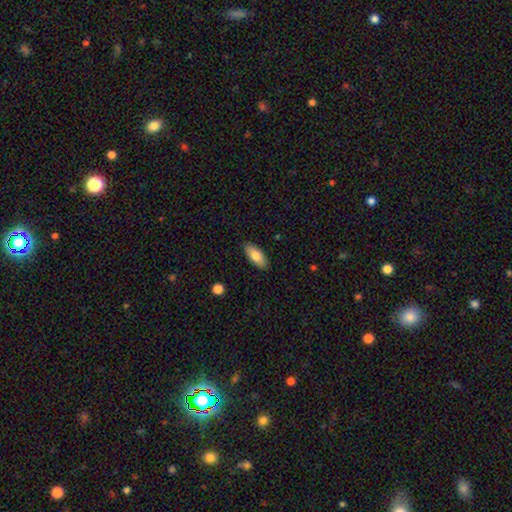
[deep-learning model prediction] Overall: smooth (80%). How rounded: in between (84%). Merging: none (88%).